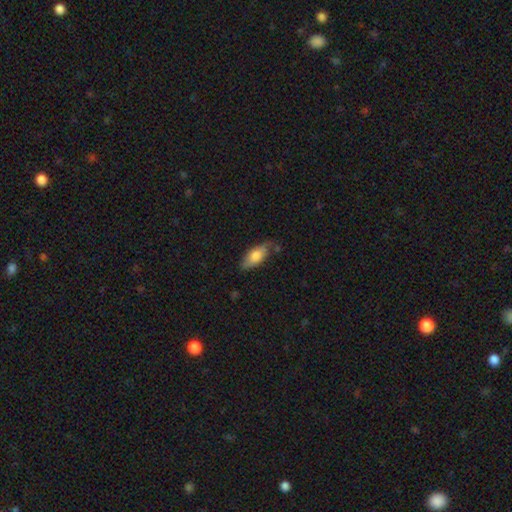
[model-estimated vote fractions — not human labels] This is likely a smooth galaxy (75%). How rounded: clearly in between (80%). Merging: likely none (69%).